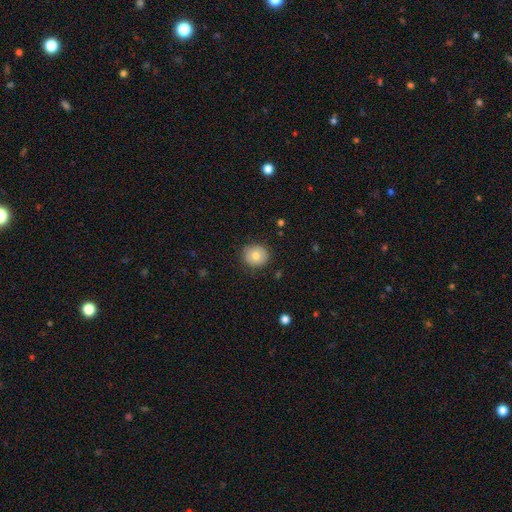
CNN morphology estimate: smooth 74%, featured or disk 18%, star or artifact 8%. Down the decision tree: how rounded — round (87%); merging — none (87%).